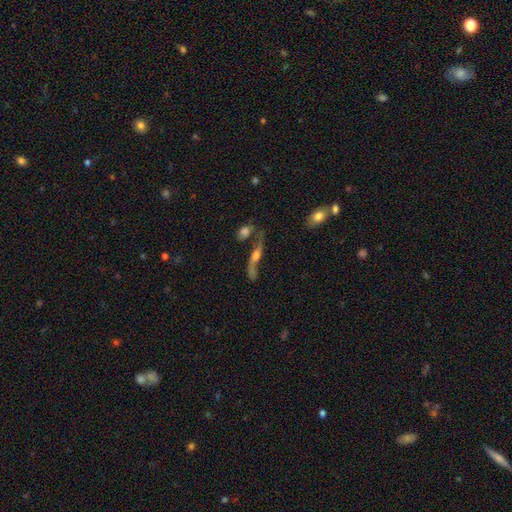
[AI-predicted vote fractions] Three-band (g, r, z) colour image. It shows a featured or disk galaxy (76%). Merging: none (52%).